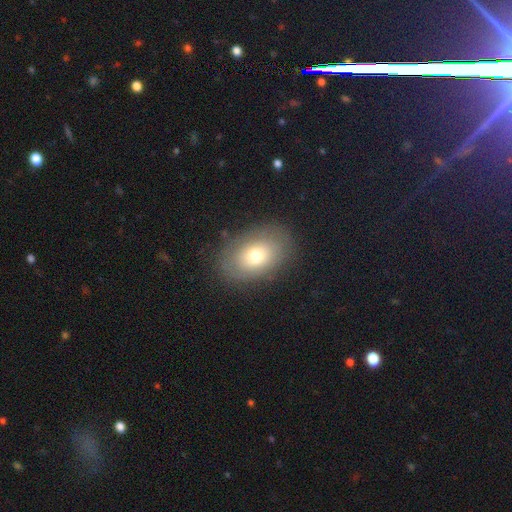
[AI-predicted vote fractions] A smooth galaxy with no disk features (66%) that is in between round and cigar-shaped (80%). Merging: none (82%).